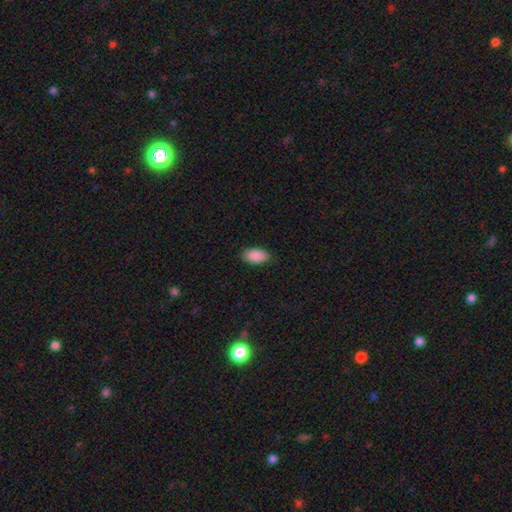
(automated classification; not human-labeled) smooth 90%, star or artifact 6%, featured or disk 4%. Down the decision tree: how rounded — in between (95%); merging — none (87%).